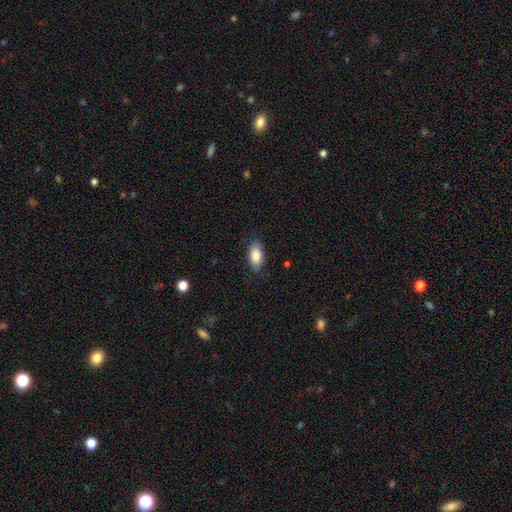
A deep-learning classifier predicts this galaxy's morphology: Smooth or featured?
  - smooth: 84% *
  - featured or disk: 9%
  - star or artifact: 6%
How rounded?
  - in between: 92% *
  - cigar-shaped: 5%
  - round: 3%
Merging?
  - none: 85% *
  - minor disturbance: 12%
  - major disturbance: 3%
  - merger: 1%